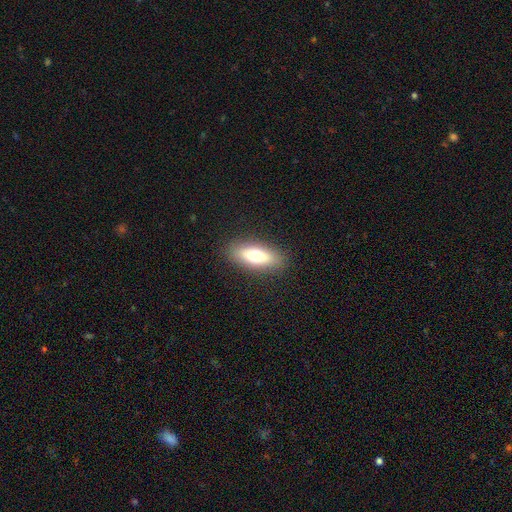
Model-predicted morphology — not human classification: This appears to be a smooth galaxy with no disk features (69%) that is in between round and cigar-shaped (69%). Merging: none (88%).